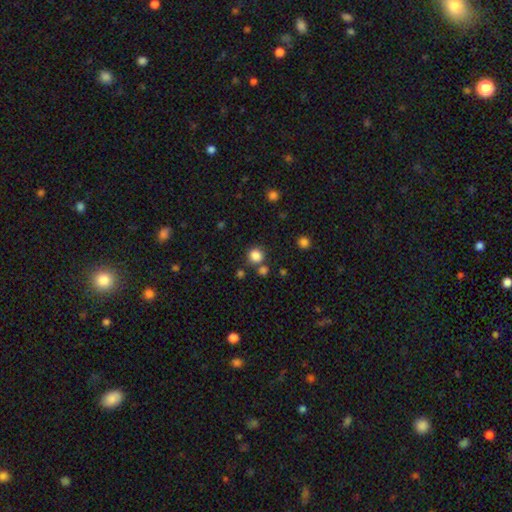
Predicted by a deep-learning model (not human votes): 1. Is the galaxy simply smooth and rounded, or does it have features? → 84% smooth, 12% star or artifact, 4% featured or disk.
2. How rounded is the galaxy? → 89% round, 11% in between, 1% cigar-shaped.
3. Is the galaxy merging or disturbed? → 76% none, 12% merger, 9% minor disturbance, 3% major disturbance.